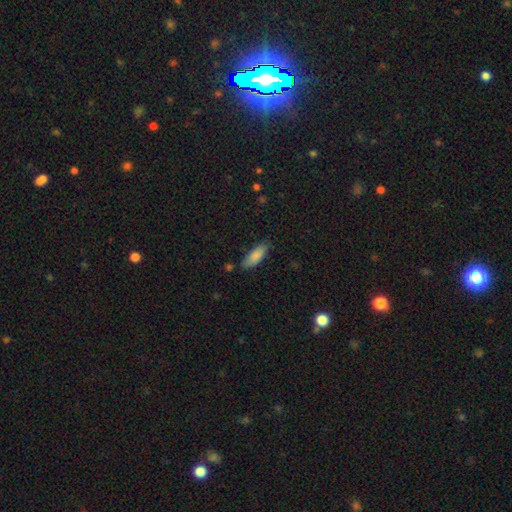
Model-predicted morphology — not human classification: A smooth galaxy with no disk features (84%) that is in between round and cigar-shaped (68%).

Vote fractions:
- Smooth or featured? smooth: 84% / featured or disk: 9% / star or artifact: 7%
- How rounded? in between: 68% / cigar-shaped: 31% / round: 2%
- Merging? none: 77% / minor disturbance: 17% / major disturbance: 3% / merger: 3%